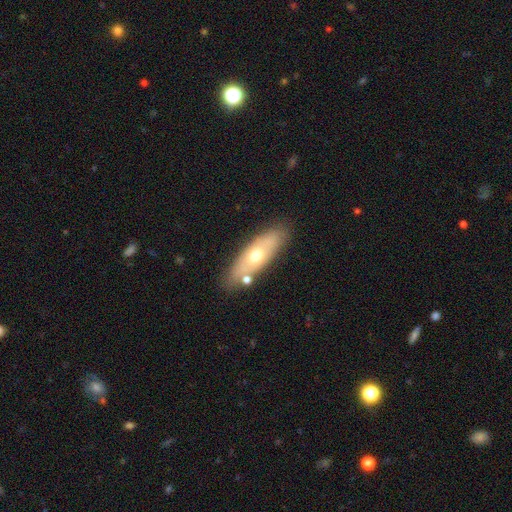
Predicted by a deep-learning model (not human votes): Overall: smooth (50%; featured or disk 43%). How rounded: in between (63%; cigar-shaped 34%). Merging: none (78%).